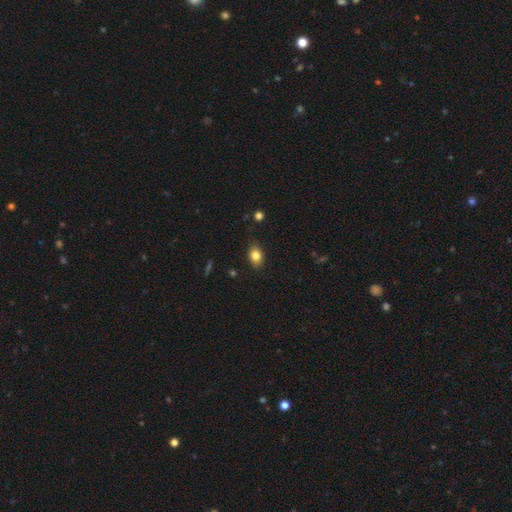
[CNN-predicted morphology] smooth 82%, star or artifact 9%, featured or disk 9%. Down the decision tree: how rounded — in between (78%); merging — none (83%).